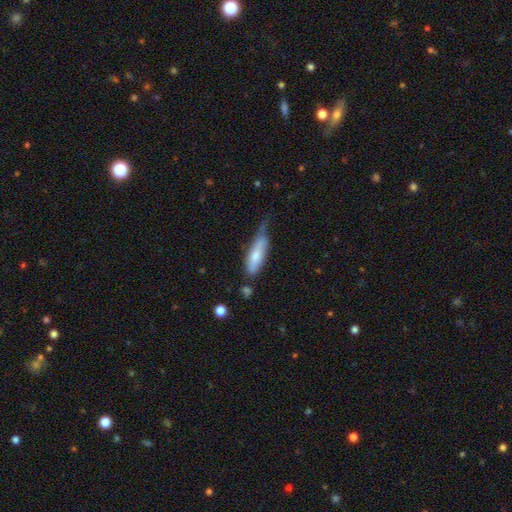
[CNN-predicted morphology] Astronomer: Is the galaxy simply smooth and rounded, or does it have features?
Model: smooth — 66%.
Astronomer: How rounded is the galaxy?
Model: cigar-shaped — 55% (runner-up: in between, 43%).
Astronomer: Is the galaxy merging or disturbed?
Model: minor disturbance — 42% (runner-up: none, 33%).